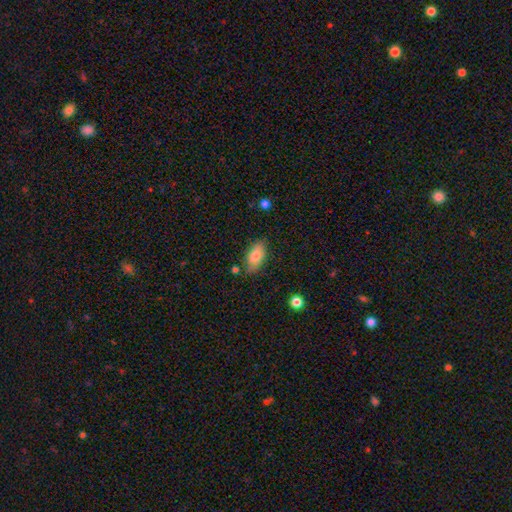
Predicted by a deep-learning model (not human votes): A smooth galaxy with no disk features (80%) that is in between round and cigar-shaped (91%). Merging: none (76%).